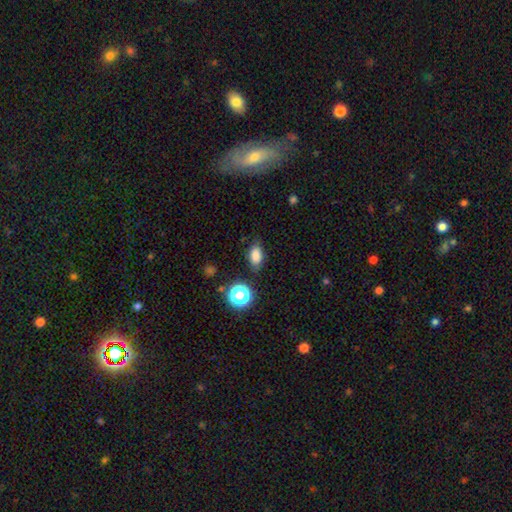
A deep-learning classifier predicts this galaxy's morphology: This appears to be a smooth galaxy with no disk features (82%) that is in between round and cigar-shaped (84%). Merging: none (82%).